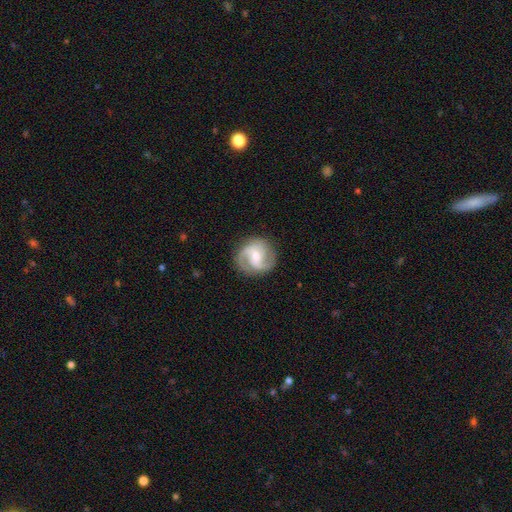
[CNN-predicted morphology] smooth-or-featured: featured or disk: 84% | smooth: 11% | star or artifact: 5%
  disk-edge-on: no: 98% | yes: 2%
    bar: weak: 45% | no: 39% | strong: 16%
    has-spiral-arms: yes: 97% | no: 3%
      spiral-winding: medium: 53% | tight: 31% | loose: 17%
      spiral-arm-count: 2: 58% | 3: 26% | can't tell: 7% | 1: 3% | 4: 3% | more than 4: 2%
    bulge-size: moderate: 50% | small: 44% | large: 3% | none: 2% | dominant: 1%
  merging: none: 81% | minor disturbance: 13% | major disturbance: 5% | merger: 1%